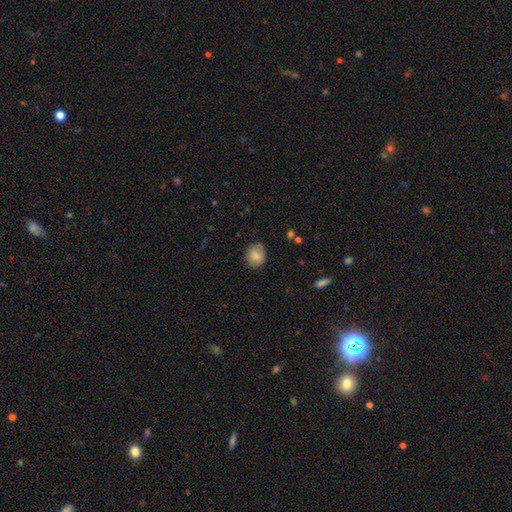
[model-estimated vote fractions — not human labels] Smooth or featured: smooth — 82% (featured or disk — 11%)
How rounded: round — 68% (in between — 31%)
Merging: none — 83% (minor disturbance — 13%)